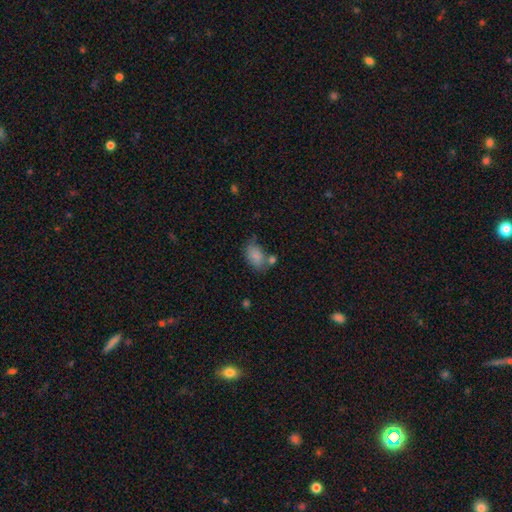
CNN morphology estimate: smooth 84%, star or artifact 8%, featured or disk 8%. Down the decision tree: how rounded — in between (85%); merging — none (53%).